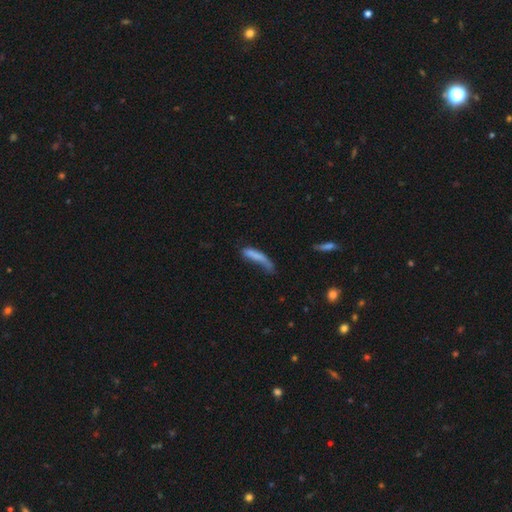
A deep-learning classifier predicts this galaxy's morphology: A smooth galaxy with no disk features (68%) that is cigar-shaped (75%).

Vote fractions:
- Smooth or featured? smooth: 68% / featured or disk: 22% / star or artifact: 9%
- How rounded? cigar-shaped: 75% / in between: 23% / round: 3%
- Merging? major disturbance: 35% / none: 29% / minor disturbance: 26% / merger: 10%